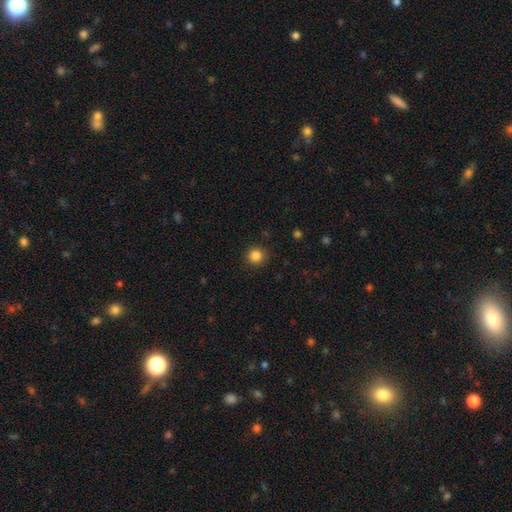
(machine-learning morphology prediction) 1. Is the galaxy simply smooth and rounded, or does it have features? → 85% smooth, 11% star or artifact, 4% featured or disk.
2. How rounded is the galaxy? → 94% round, 5% in between, 1% cigar-shaped.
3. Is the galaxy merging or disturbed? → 90% none, 7% minor disturbance, 2% major disturbance, 1% merger.